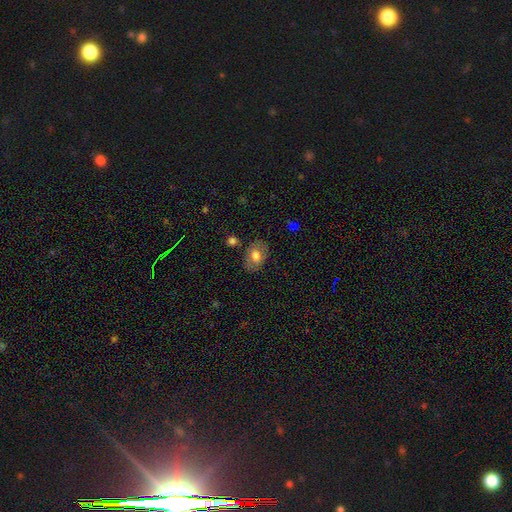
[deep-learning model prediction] This is likely a smooth galaxy (68%). How rounded: likely in between (78%). Merging: likely none (79%).